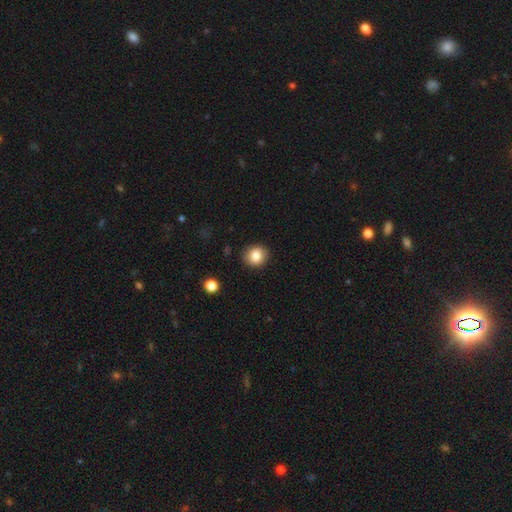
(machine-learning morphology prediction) smooth 83%, star or artifact 10%, featured or disk 7%. Down the decision tree: how rounded — round (82%); merging — none (89%).